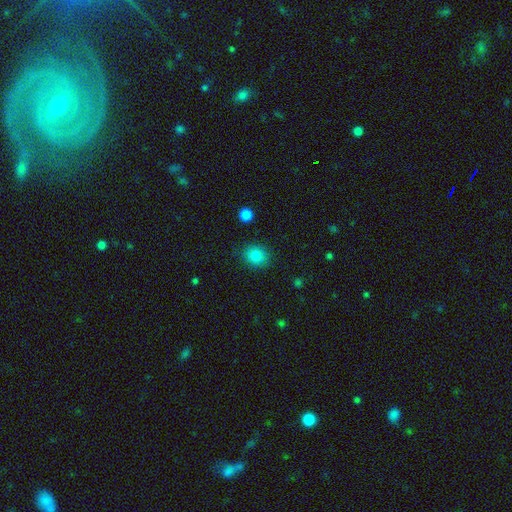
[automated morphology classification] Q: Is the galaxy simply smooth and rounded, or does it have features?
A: smooth — 85%.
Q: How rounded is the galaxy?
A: round — 64%.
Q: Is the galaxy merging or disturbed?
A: none — 86%.